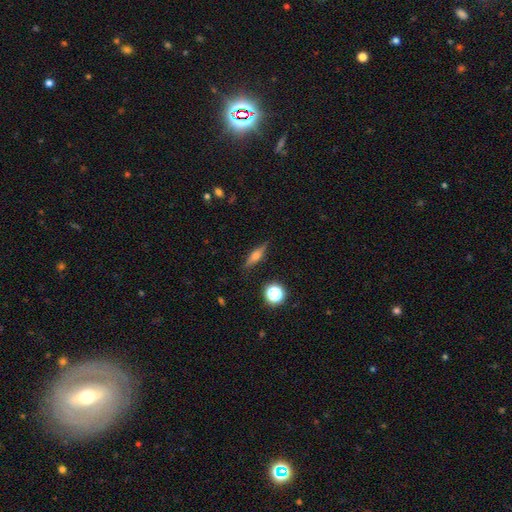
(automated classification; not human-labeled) Smooth or featured?
  - featured or disk: 47% *
  - smooth: 43%
  - star or artifact: 10%
Merging?
  - none: 86% *
  - minor disturbance: 10%
  - major disturbance: 2%
  - merger: 1%